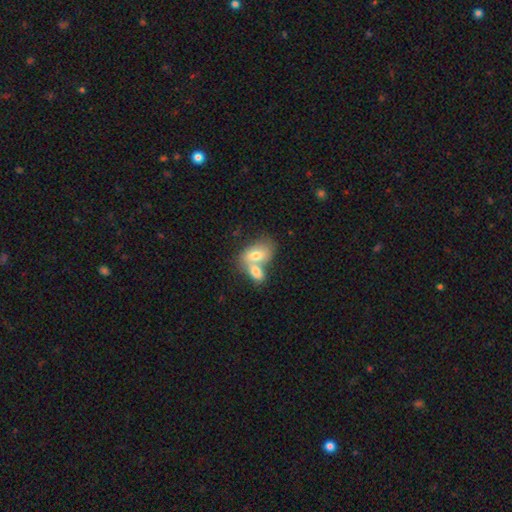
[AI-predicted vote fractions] Overall: smooth (70%). How rounded: in between (85%). Merging: merger (67%).